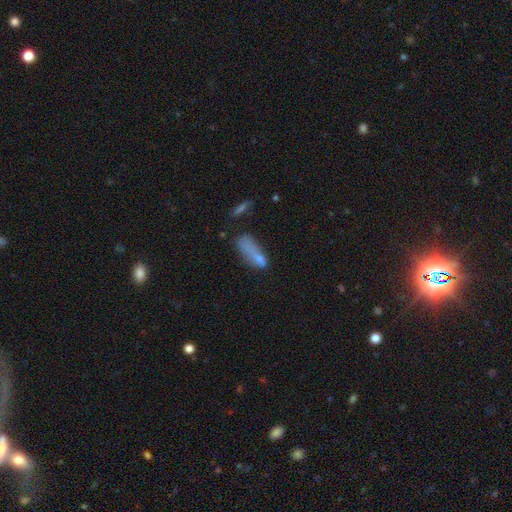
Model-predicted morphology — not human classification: type=smooth (66%); roundness=in between (53%); merging=none (29%).